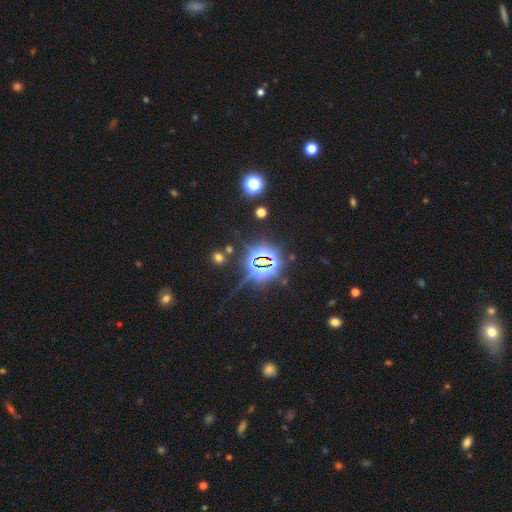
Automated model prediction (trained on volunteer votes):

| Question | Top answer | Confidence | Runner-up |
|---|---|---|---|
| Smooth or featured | star or artifact | 78% | smooth (13%) |